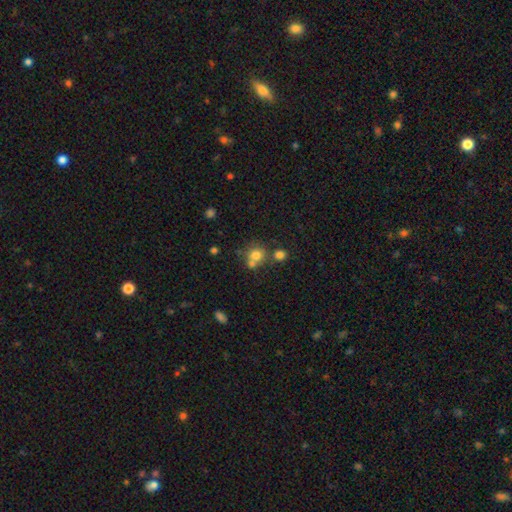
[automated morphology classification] Smooth or featured: smooth — 74% (star or artifact — 14%)
How rounded: round — 82% (in between — 17%)
Merging: none — 52% (merger — 34%)